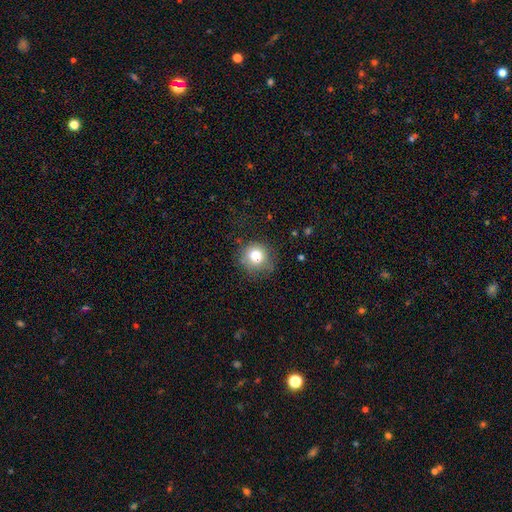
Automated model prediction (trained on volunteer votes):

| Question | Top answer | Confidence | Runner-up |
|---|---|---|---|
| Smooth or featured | smooth | 80% | star or artifact (11%) |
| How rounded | round | 89% | in between (10%) |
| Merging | none | 74% | minor disturbance (17%) |